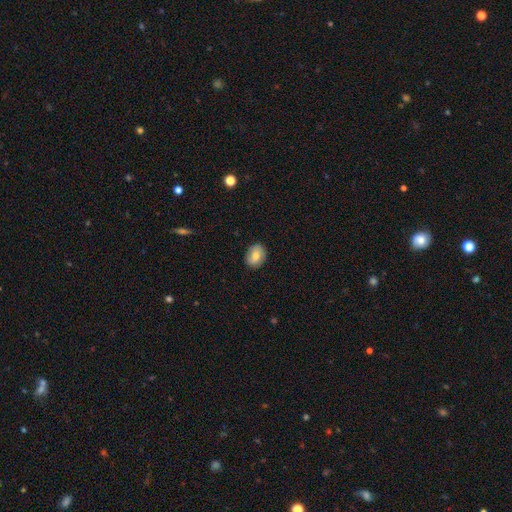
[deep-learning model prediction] smooth 73%, featured or disk 19%, star or artifact 8%. Down the decision tree: how rounded — in between (56%); merging — none (85%).